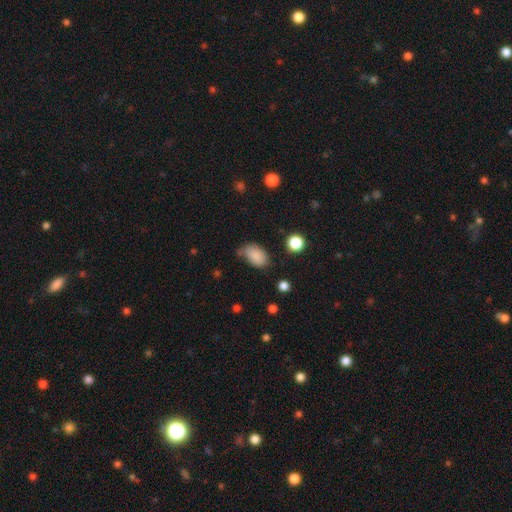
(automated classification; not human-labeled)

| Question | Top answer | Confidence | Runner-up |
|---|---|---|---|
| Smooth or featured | smooth | 85% | star or artifact (9%) |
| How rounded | in between | 90% | round (9%) |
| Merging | none | 60% | minor disturbance (28%) |